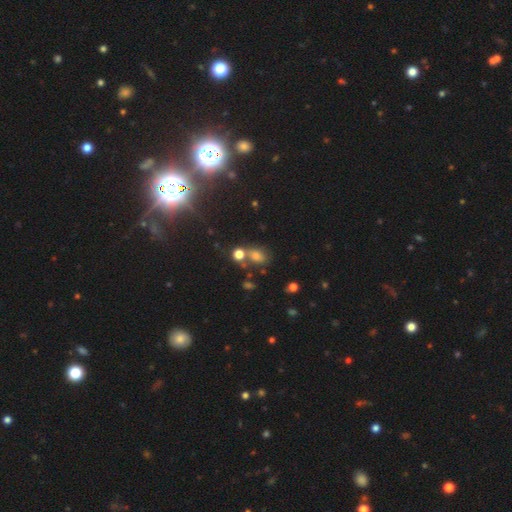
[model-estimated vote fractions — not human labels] Smooth or featured?
  - smooth: 69% *
  - star or artifact: 21%
  - featured or disk: 10%
How rounded?
  - in between: 62% *
  - round: 36%
  - cigar-shaped: 2%
Merging?
  - none: 52% *
  - merger: 27%
  - minor disturbance: 14%
  - major disturbance: 7%